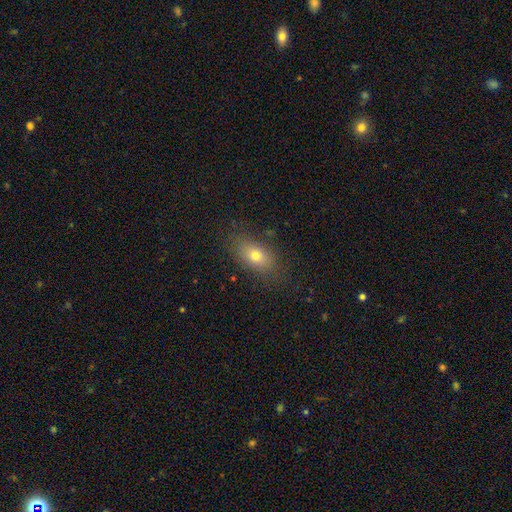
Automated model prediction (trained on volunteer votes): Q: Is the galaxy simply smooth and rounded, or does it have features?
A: smooth — 73%.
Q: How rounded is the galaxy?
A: in between — 83%.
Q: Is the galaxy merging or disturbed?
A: none — 81%.